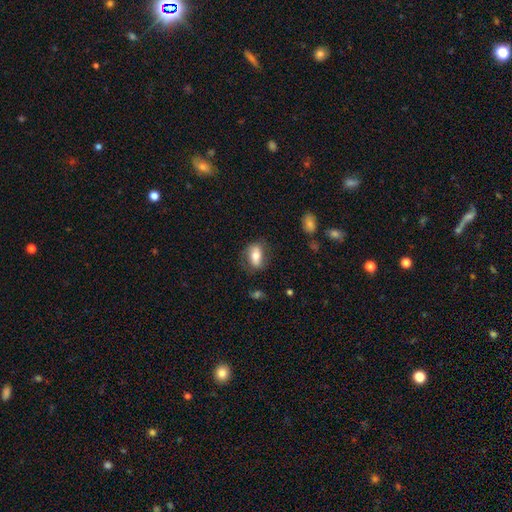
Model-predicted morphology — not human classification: A smooth galaxy with no disk features (64%) that is in between round and cigar-shaped (82%).

Vote fractions:
- Smooth or featured? smooth: 64% / featured or disk: 29% / star or artifact: 7%
- How rounded? in between: 82% / round: 9% / cigar-shaped: 9%
- Merging? none: 71% / minor disturbance: 19% / major disturbance: 8% / merger: 2%